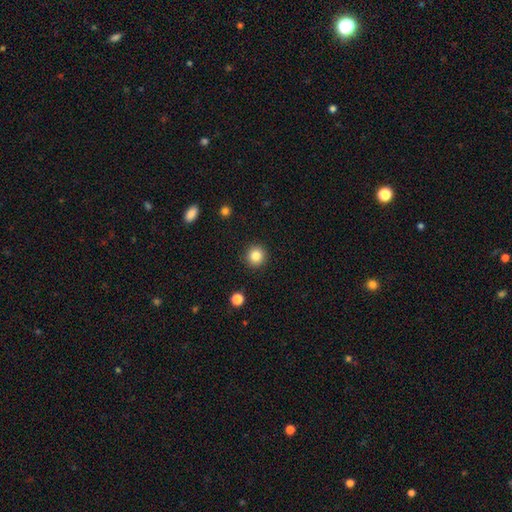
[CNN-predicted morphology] Overall: smooth (85%). How rounded: round (93%). Merging: none (92%).